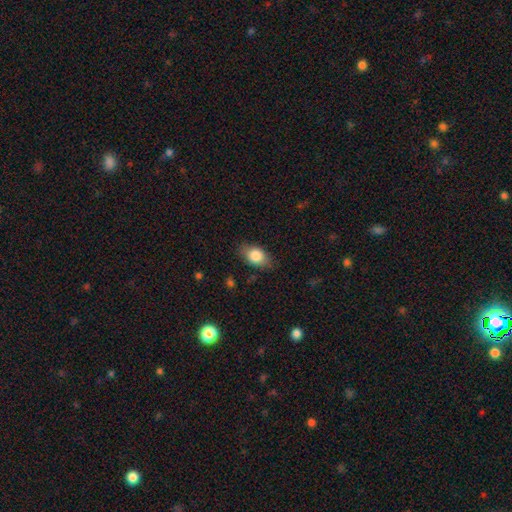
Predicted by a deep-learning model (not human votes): smooth-or-featured: smooth: 82% | featured or disk: 10% | star or artifact: 7%
  how-rounded: in between: 85% | round: 12% | cigar-shaped: 3%
  merging: none: 80% | minor disturbance: 16% | major disturbance: 4% | merger: 1%